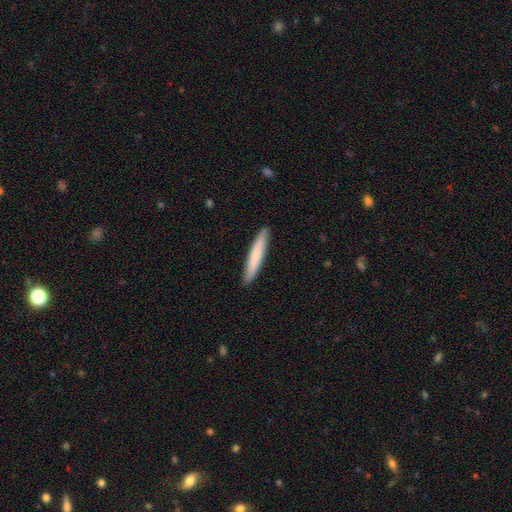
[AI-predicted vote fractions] Morphology: type=smooth (76%); roundness=cigar-shaped (93%); merging=none (91%).